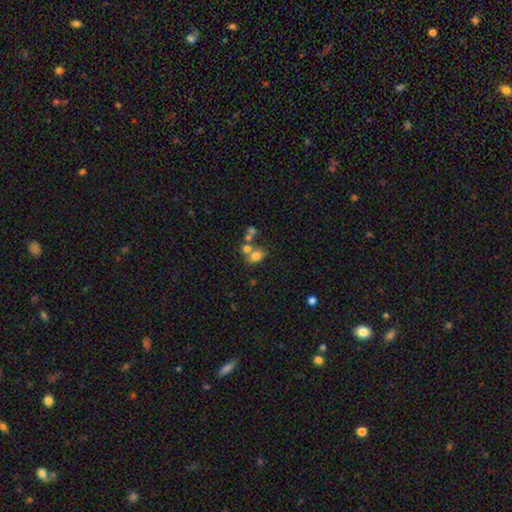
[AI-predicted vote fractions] Smooth or featured? Predicted: smooth (p=0.72). How rounded? Predicted: in between (p=0.55). Merging? Predicted: none (p=0.42).